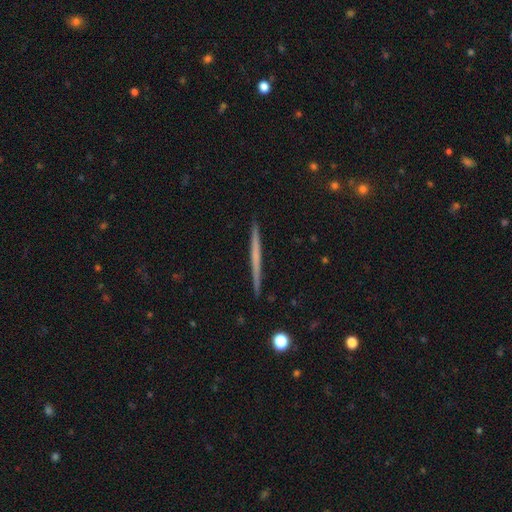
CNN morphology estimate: A featured or disk galaxy (50%) viewed edge-on (98%). Merging: none (92%).